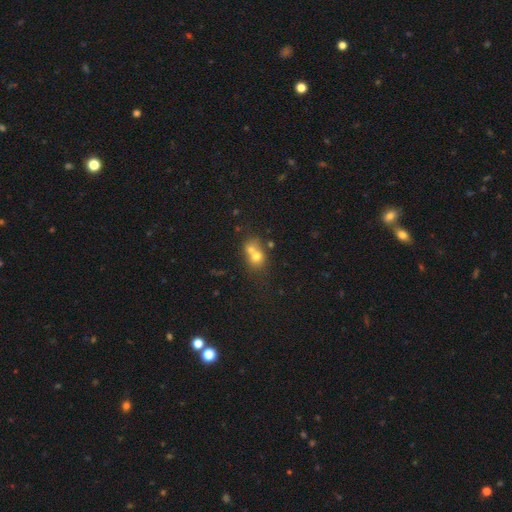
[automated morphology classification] The model was most divided on "how rounded": round: 65%, in between: 34%, cigar-shaped: 1%. More confident: smooth or featured — smooth (67%); merging — merger (61%).